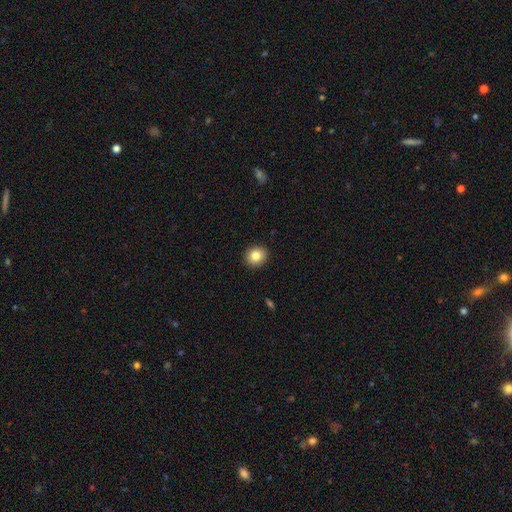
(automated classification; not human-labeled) Smooth or featured? smooth (82%)
How rounded? round (78%)
Merging? none (92%)